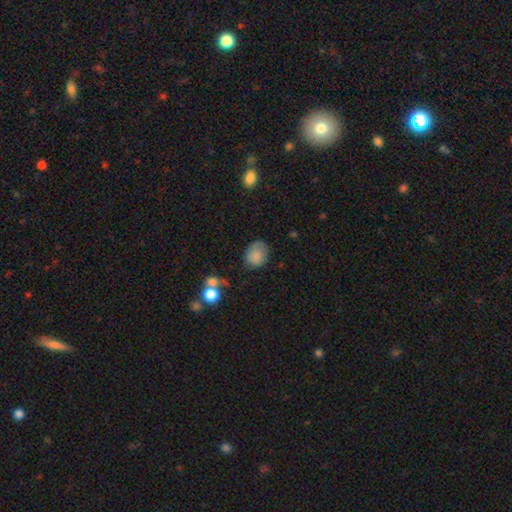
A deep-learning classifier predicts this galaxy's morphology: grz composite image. It shows a smooth galaxy with no disk features (81%) that is round (54%). Merging: none (59%).